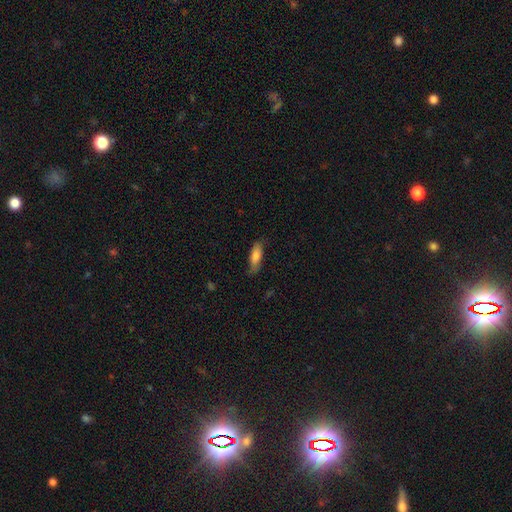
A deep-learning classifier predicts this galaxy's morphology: smooth 78%, featured or disk 16%, star or artifact 7%. Down the decision tree: how rounded — in between (58%); merging — none (72%).